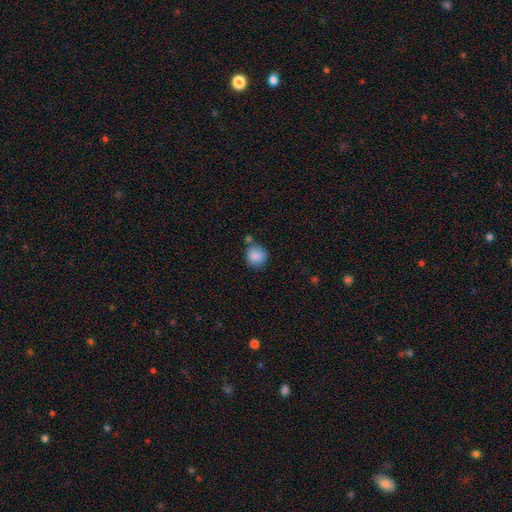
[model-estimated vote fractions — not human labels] Overall: smooth (87%). How rounded: round (84%). Merging: none (67%).